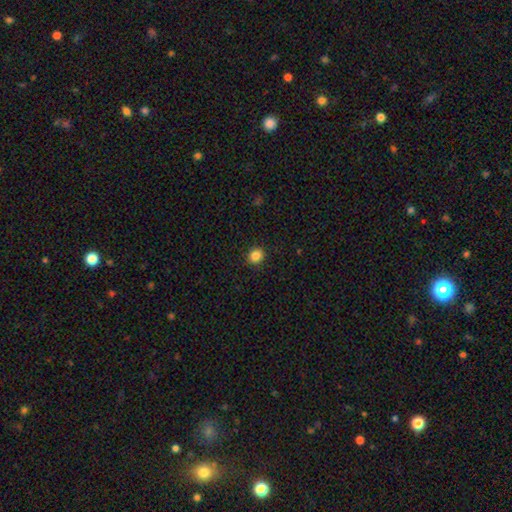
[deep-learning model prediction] Q: Smooth or featured?
A: smooth (85%); runner-up: star or artifact (11%)
Q: How rounded?
A: round (74%); runner-up: in between (25%)
Q: Merging?
A: none (91%); runner-up: minor disturbance (6%)